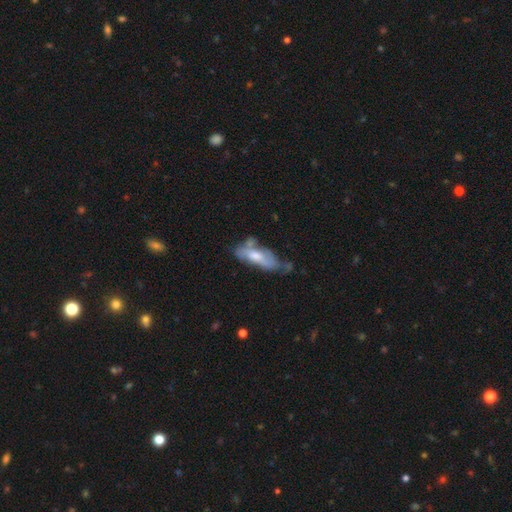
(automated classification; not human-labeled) This is possibly a featured or disk galaxy (50%). Merging: marginally none (34%).